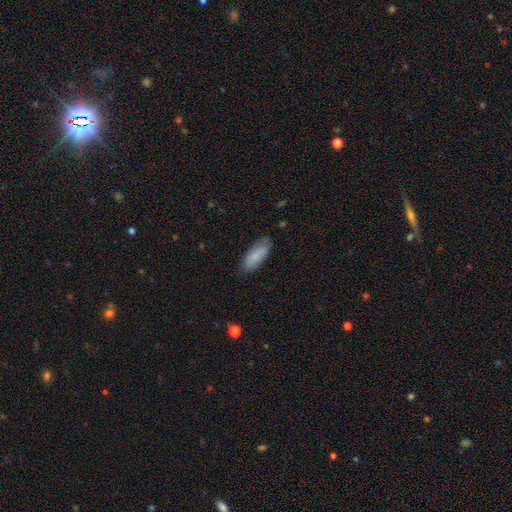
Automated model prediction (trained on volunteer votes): A smooth galaxy with no disk features (80%) that is in between round and cigar-shaped (79%).

Vote fractions:
- Smooth or featured? smooth: 80% / featured or disk: 14% / star or artifact: 6%
- How rounded? in between: 79% / cigar-shaped: 19% / round: 2%
- Merging? none: 75% / minor disturbance: 20% / major disturbance: 4% / merger: 1%